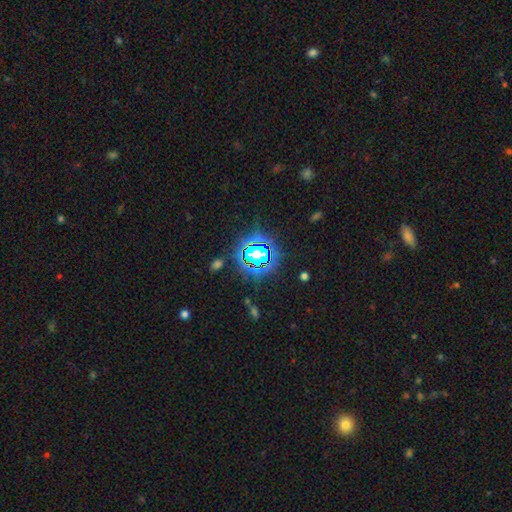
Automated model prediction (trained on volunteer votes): This appears to be a star or artifact, not a galaxy (71%).